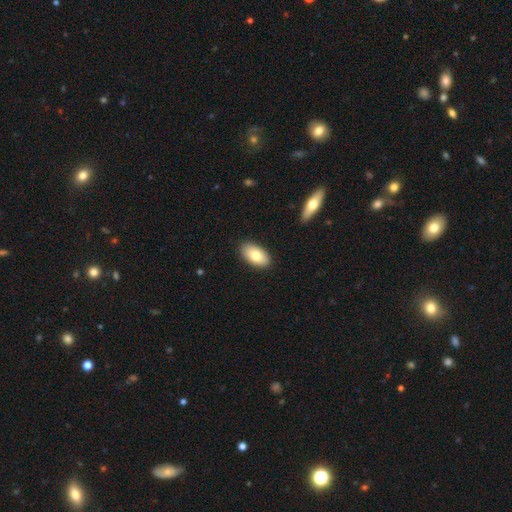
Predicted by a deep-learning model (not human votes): smooth-or-featured: smooth: 77% | featured or disk: 17% | star or artifact: 6%
  how-rounded: in between: 95% | round: 3% | cigar-shaped: 2%
  merging: none: 88% | minor disturbance: 9% | major disturbance: 2% | merger: 1%